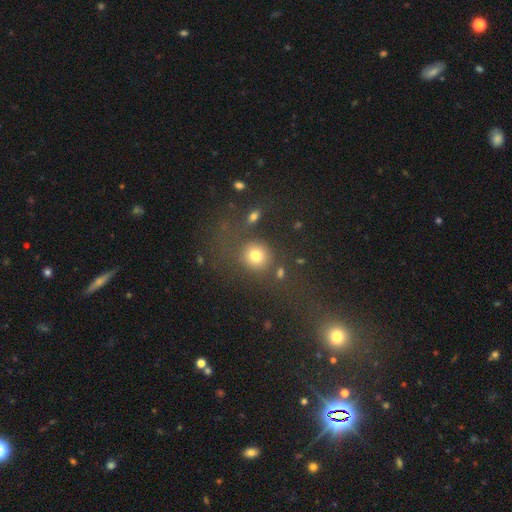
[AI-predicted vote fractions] The model was most divided on "merging": none: 66%, minor disturbance: 12%, merger: 11%, major disturbance: 11%. More confident: how rounded — round (85%); smooth or featured — smooth (76%).